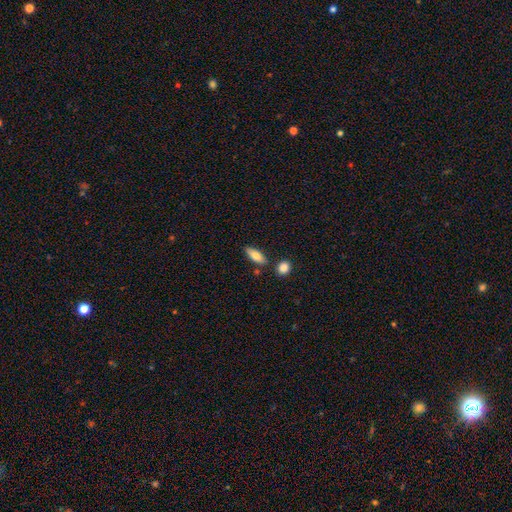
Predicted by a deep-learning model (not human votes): smooth 78%, featured or disk 16%, star or artifact 6%. Down the decision tree: how rounded — in between (73%); merging — none (77%).